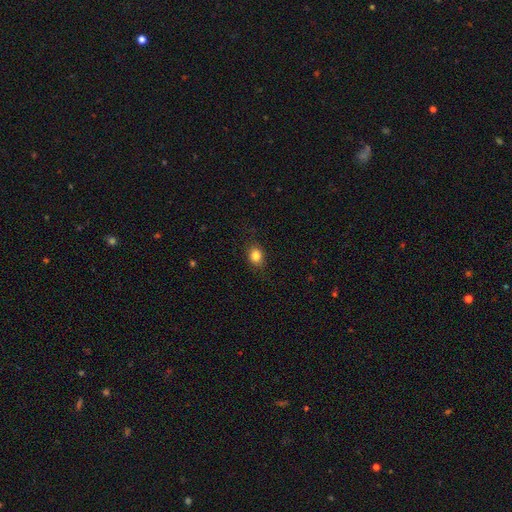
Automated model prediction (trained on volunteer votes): Smooth or featured?
  - smooth: 83% *
  - star or artifact: 11%
  - featured or disk: 6%
How rounded?
  - round: 51% *
  - in between: 48%
  - cigar-shaped: 1%
Merging?
  - none: 86% *
  - minor disturbance: 11%
  - major disturbance: 3%
  - merger: 1%